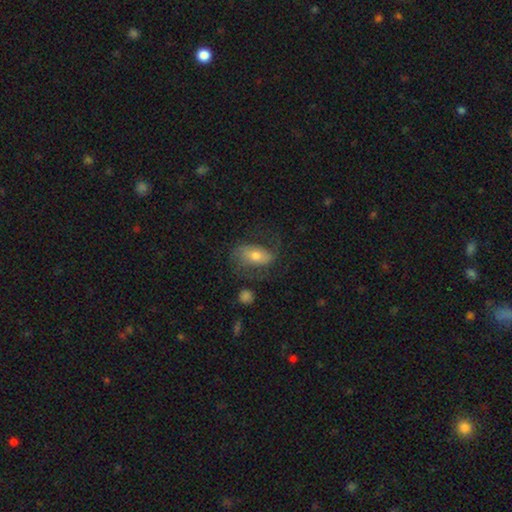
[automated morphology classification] Overall: featured or disk (52%; smooth 39%). Edge-on disk: no (92%). Merging: none (57%; minor disturbance 21%).